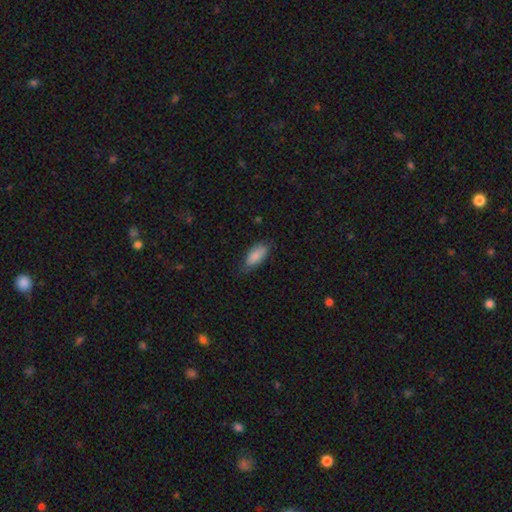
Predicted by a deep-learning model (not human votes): Morphology: type=smooth (85%); roundness=in between (87%); merging=none (68%).